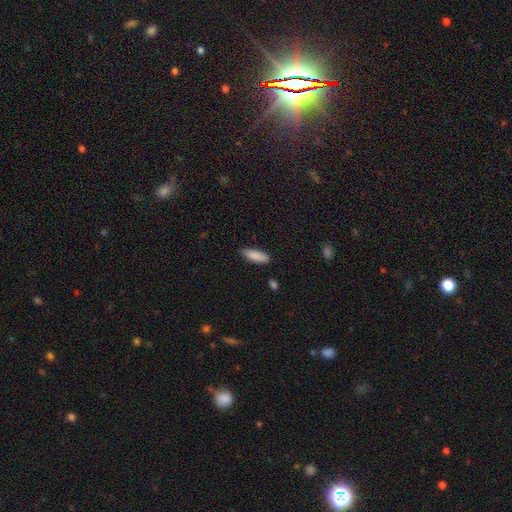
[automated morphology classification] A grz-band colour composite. It shows a smooth galaxy with no disk features (88%) that is in between round and cigar-shaped (59%). Merging: none (83%).